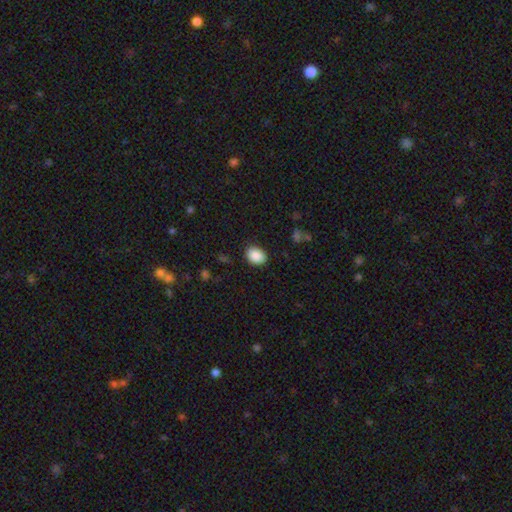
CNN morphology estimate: Overall: smooth (89%). How rounded: in between (67%; round 32%). Merging: none (86%).